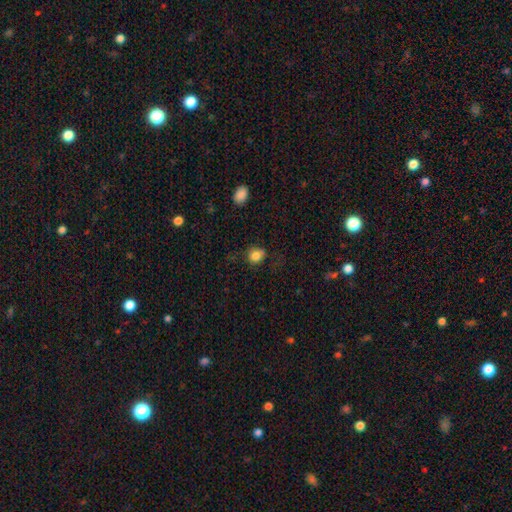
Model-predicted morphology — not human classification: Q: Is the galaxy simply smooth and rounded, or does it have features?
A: smooth — 82%.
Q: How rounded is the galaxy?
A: round — 71%.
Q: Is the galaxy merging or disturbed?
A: none — 70%.